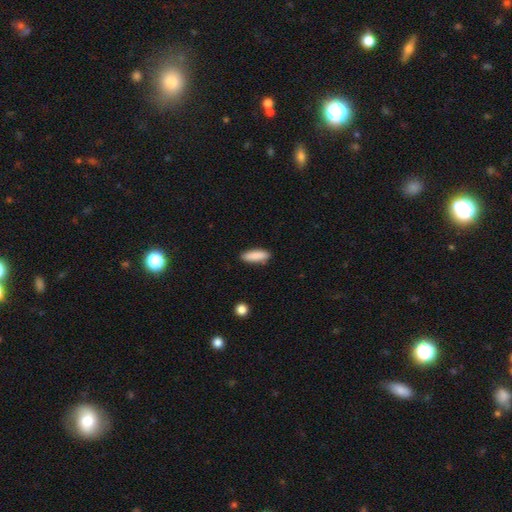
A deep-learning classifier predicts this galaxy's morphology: Smooth or featured?
  - smooth: 89% *
  - star or artifact: 6%
  - featured or disk: 5%
How rounded?
  - in between: 58% *
  - cigar-shaped: 40%
  - round: 2%
Merging?
  - none: 85% *
  - minor disturbance: 11%
  - major disturbance: 2%
  - merger: 1%